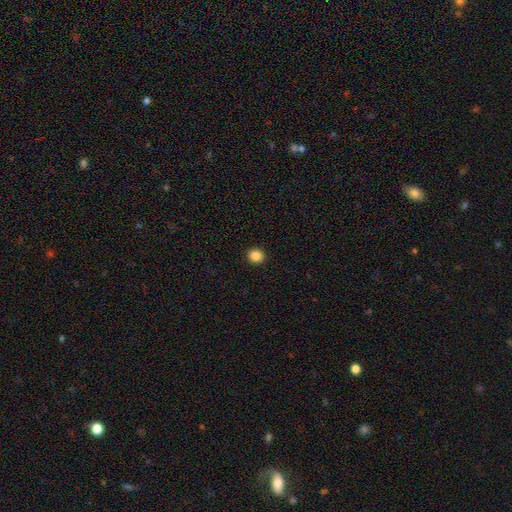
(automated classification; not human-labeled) This appears to be a smooth galaxy with no disk features (87%) that is round (88%). Merging: none (93%).